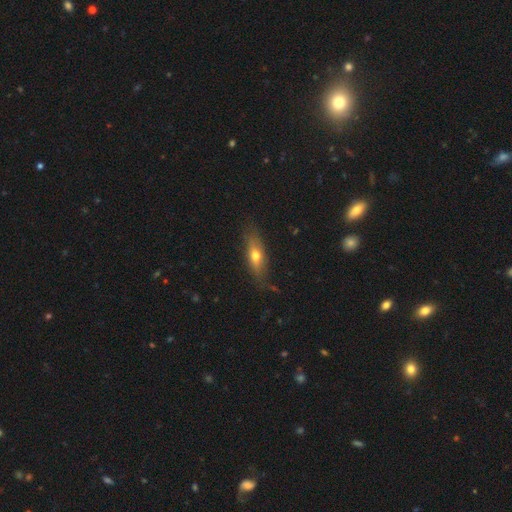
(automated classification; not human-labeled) smooth 56%, featured or disk 36%, star or artifact 8%. Down the decision tree: how rounded — in between (51%); merging — none (77%).